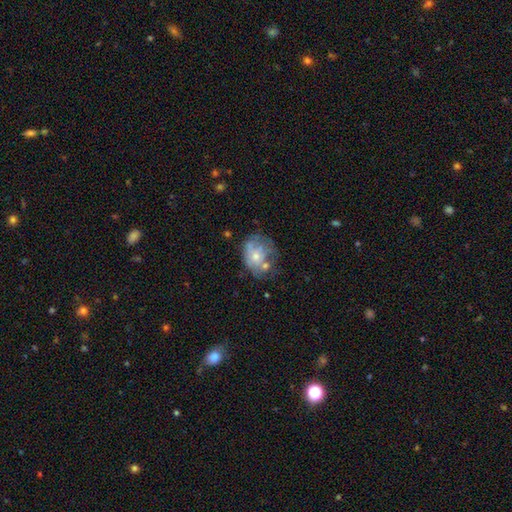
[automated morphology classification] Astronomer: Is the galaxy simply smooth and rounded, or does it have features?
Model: featured or disk — 48% (runner-up: smooth, 44%).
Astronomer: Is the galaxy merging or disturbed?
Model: none — 38% (runner-up: minor disturbance, 26%).